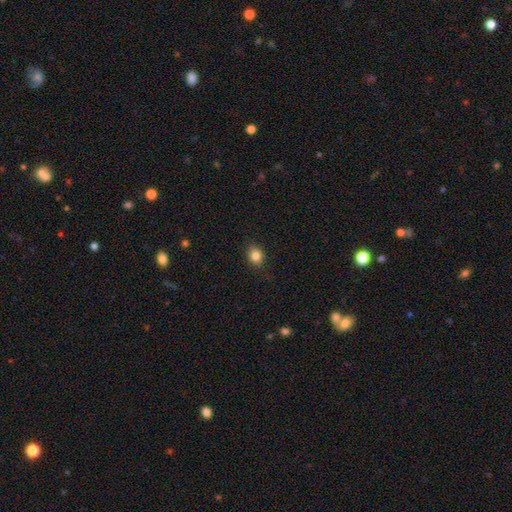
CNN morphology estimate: Overall: smooth (84%). How rounded: round (55%; in between 44%). Merging: none (86%).